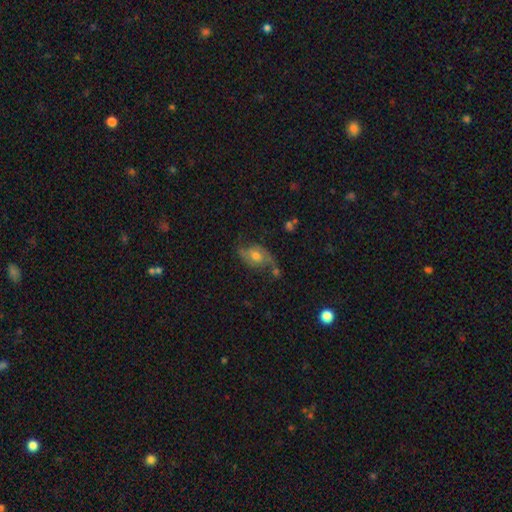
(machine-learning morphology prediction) A featured or disk galaxy (68%) with no bar (64%), 2 (86%) loose (55%) spiral arms (88%) and a moderate central bulge (63%).

Vote fractions:
- Smooth or featured? featured or disk: 68% / smooth: 23% / star or artifact: 9%
- Edge-on disk? no: 96% / yes: 4%
- Bar? no: 64% / weak: 30% / strong: 6%
- Spiral arms? yes: 88% / no: 12%
- Spiral winding? loose: 55% / medium: 34% / tight: 11%
- Spiral arm count? 2: 86% / 1: 5% / can't tell: 5% / 3: 1% / 4: 1% / more than 4: 1%
- Bulge size? moderate: 63% / small: 27% / large: 7% / none: 2% / dominant: 1%
- Merging? none: 54% / minor disturbance: 23% / major disturbance: 15% / merger: 8%